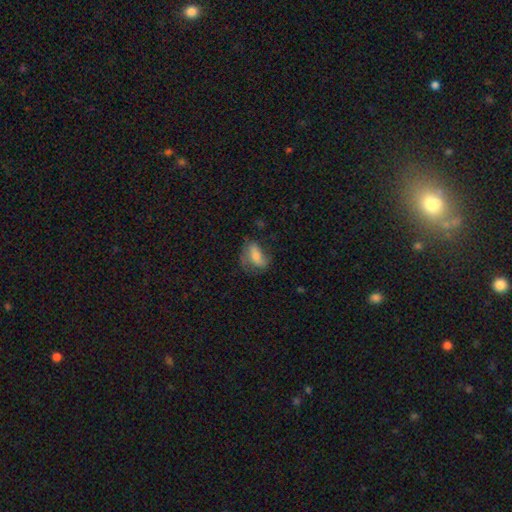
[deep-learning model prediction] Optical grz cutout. It shows a smooth galaxy with no disk features (56%) that is in between round and cigar-shaped (80%). Merging: none (49%).